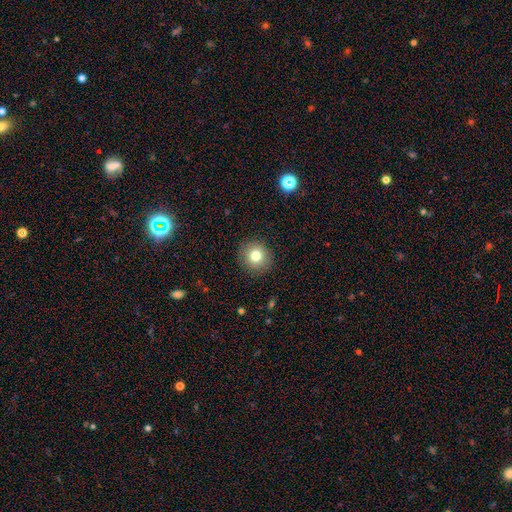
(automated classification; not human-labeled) Smooth or featured? smooth (78%)
How rounded? round (92%)
Merging? none (91%)